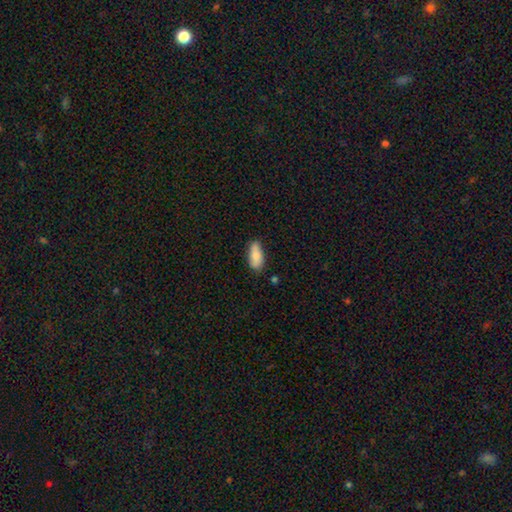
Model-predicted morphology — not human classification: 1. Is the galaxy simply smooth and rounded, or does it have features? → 82% smooth, 12% featured or disk, 6% star or artifact.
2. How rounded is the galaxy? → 83% in between, 15% cigar-shaped, 2% round.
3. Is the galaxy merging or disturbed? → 78% none, 17% minor disturbance, 3% major disturbance, 2% merger.